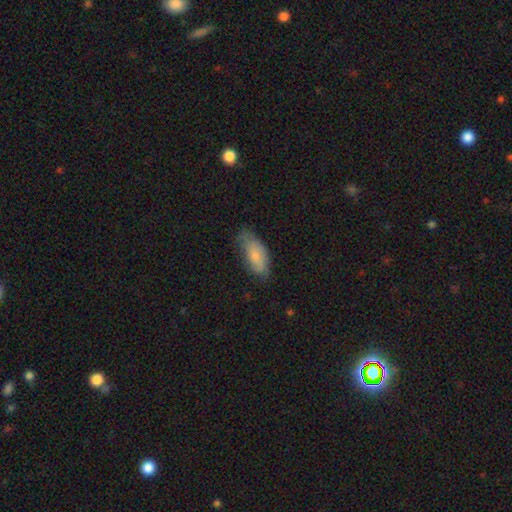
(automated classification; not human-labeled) Smooth or featured? Predicted: smooth (p=0.70). How rounded? Predicted: in between (p=0.88). Merging? Predicted: none (p=0.52).